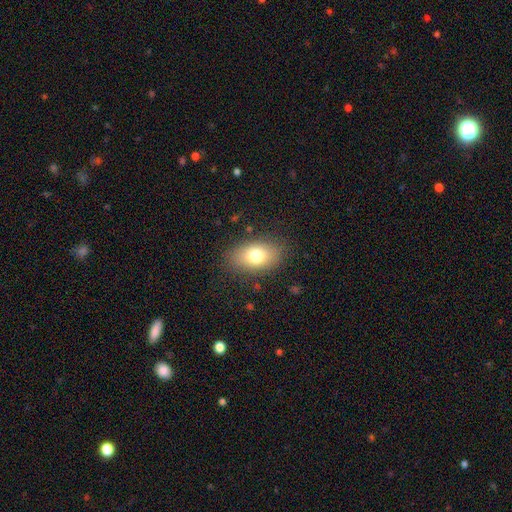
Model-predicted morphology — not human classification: smooth-or-featured: smooth: 77% | featured or disk: 14% | star or artifact: 9%
  how-rounded: in between: 87% | round: 11% | cigar-shaped: 2%
  merging: none: 84% | minor disturbance: 11% | major disturbance: 4% | merger: 1%